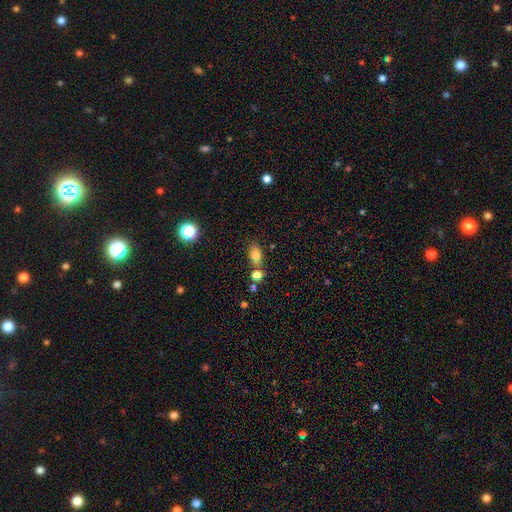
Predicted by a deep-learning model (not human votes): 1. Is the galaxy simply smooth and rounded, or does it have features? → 76% smooth, 13% star or artifact, 11% featured or disk.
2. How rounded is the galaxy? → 79% in between, 17% round, 4% cigar-shaped.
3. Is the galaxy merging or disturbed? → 61% none, 21% merger, 13% minor disturbance, 5% major disturbance.